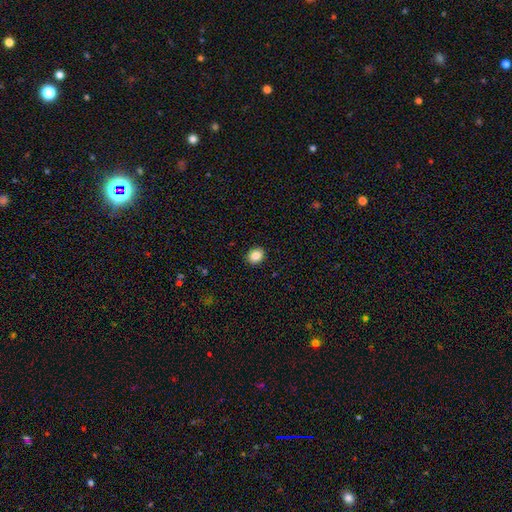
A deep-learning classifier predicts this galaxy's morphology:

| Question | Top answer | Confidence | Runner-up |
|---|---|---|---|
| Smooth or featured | smooth | 86% | star or artifact (9%) |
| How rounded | round | 62% | in between (37%) |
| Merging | none | 91% | minor disturbance (6%) |